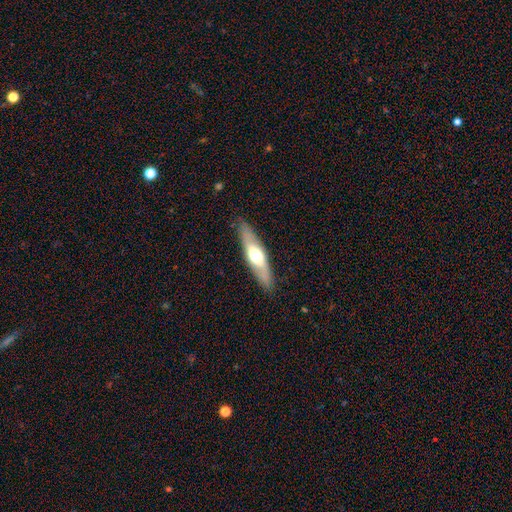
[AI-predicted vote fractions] smooth_or_featured: featured or disk (p=0.51) [alt: smooth p=0.44]
disk_edge_on: yes (p=0.68) [alt: no p=0.32]
merging: none (p=0.87) [alt: minor disturbance p=0.10]